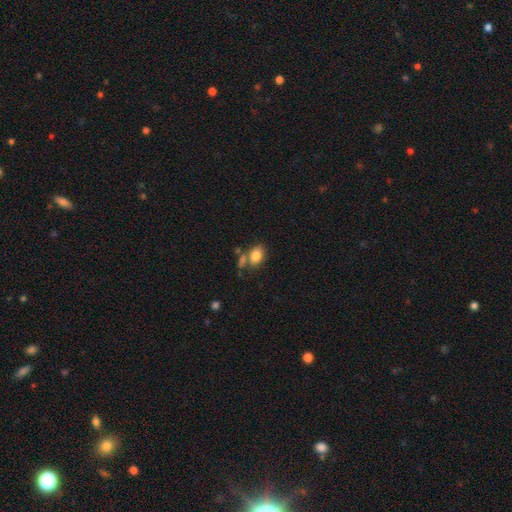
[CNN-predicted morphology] Smooth or featured? smooth (83%)
How rounded? in between (81%)
Merging? none (56%)